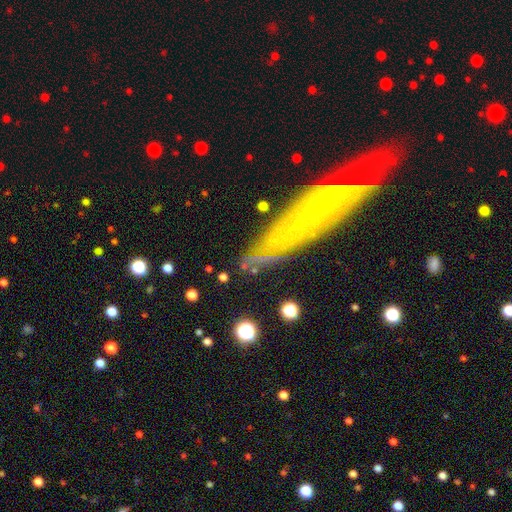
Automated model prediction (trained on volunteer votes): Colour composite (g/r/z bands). It shows a smooth galaxy with no disk features (39%). Merging: none (81%).